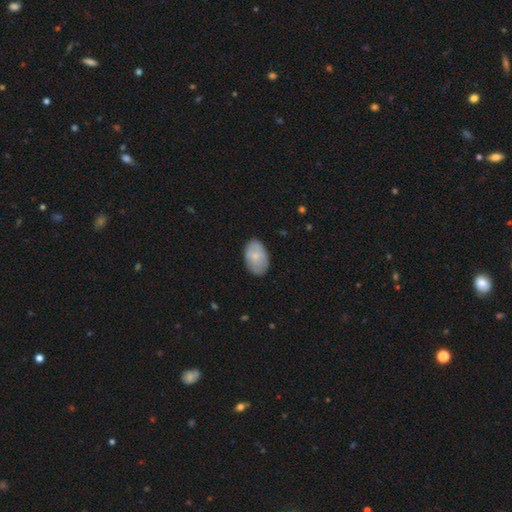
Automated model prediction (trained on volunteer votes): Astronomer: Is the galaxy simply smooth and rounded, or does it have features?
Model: smooth — 72%.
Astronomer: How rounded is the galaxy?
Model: in between — 91%.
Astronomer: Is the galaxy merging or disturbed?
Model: none — 81%.